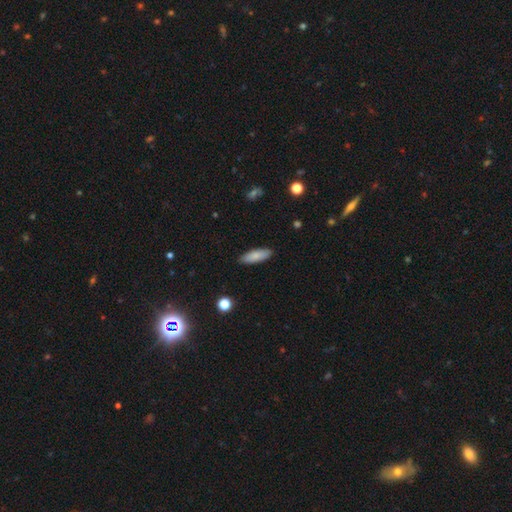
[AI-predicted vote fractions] Smooth or featured?
  - smooth: 84% *
  - featured or disk: 10%
  - star or artifact: 6%
How rounded?
  - in between: 54% *
  - cigar-shaped: 44%
  - round: 2%
Merging?
  - none: 88% *
  - minor disturbance: 9%
  - major disturbance: 2%
  - merger: 1%